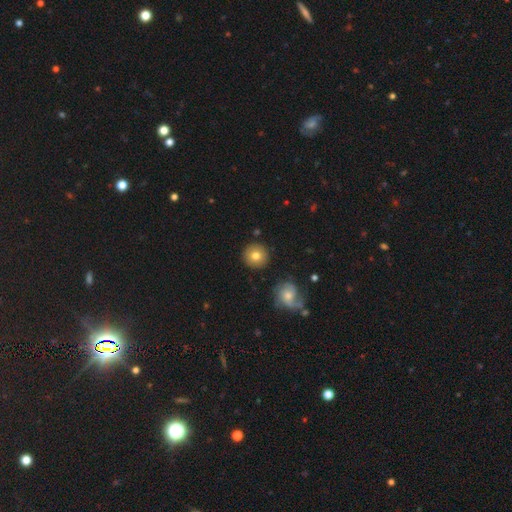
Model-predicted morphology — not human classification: A smooth galaxy with no disk features (77%) that is round (94%). Merging: none (89%).